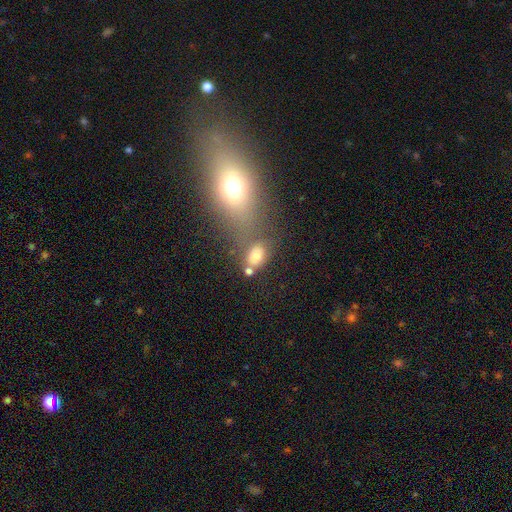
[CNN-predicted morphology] A smooth galaxy with no disk features (70%) that is in between round and cigar-shaped (79%). Merging: none (50%).